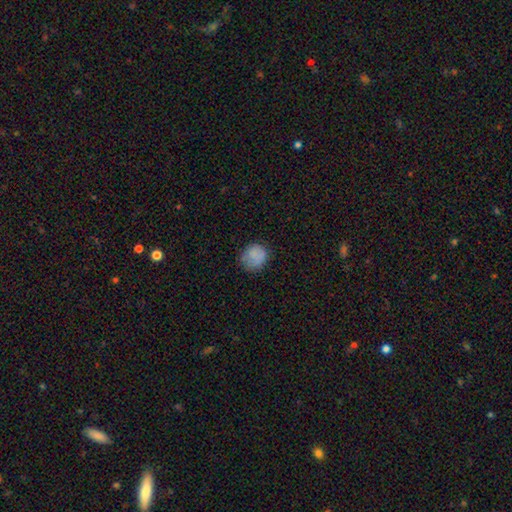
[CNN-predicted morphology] A smooth galaxy with no disk features (84%) that is round (79%).

Vote fractions:
- Smooth or featured? smooth: 84% / star or artifact: 9% / featured or disk: 7%
- How rounded? round: 79% / in between: 20% / cigar-shaped: 1%
- Merging? none: 73% / minor disturbance: 20% / major disturbance: 6% / merger: 1%